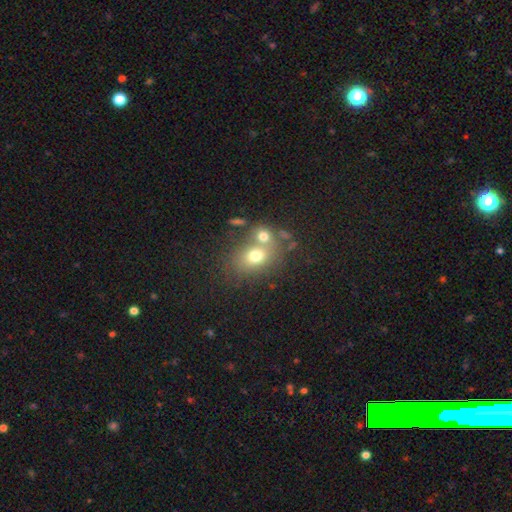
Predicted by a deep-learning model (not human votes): Overall: smooth (70%). How rounded: in between (55%; round 43%). Merging: merger (41%, tied with none).